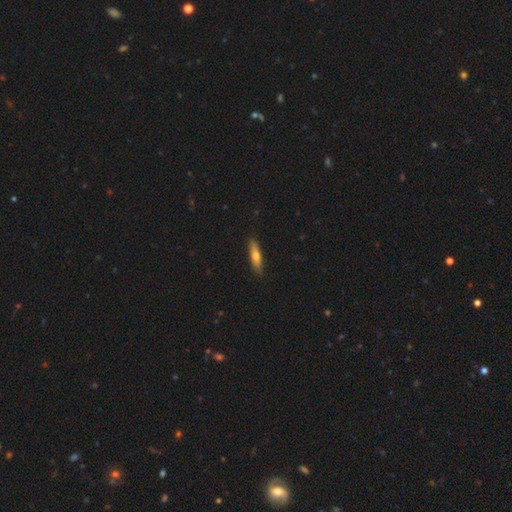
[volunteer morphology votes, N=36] A smooth galaxy with no disk features (67%) that is cigar-shaped (83%).

Vote fractions:
- Smooth or featured? smooth: 67% / featured or disk: 31% / star or artifact: 3%
- How rounded? cigar-shaped: 83% / in between: 17% / round: 0%
- Merging? none: 86% / minor disturbance: 11% / major disturbance: 3% / merger: 0%